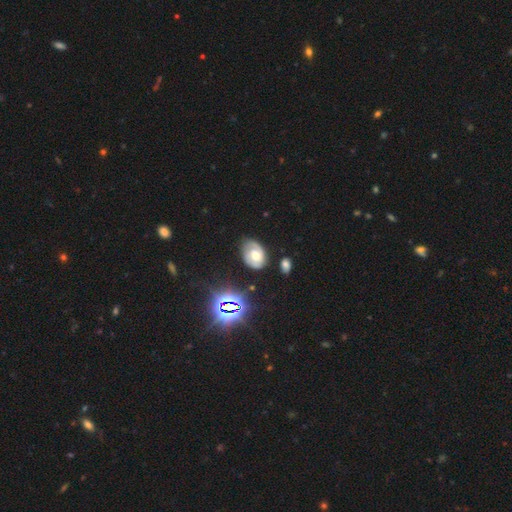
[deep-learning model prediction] Morphology: type=featured or disk (52%); edge-on=no (95%); merging=none (63%).